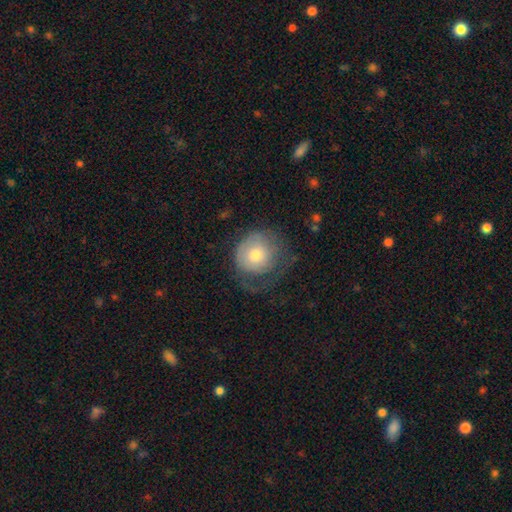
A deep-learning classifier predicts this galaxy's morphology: Smooth or featured? smooth (55%)
How rounded? round (88%)
Merging? none (51%)